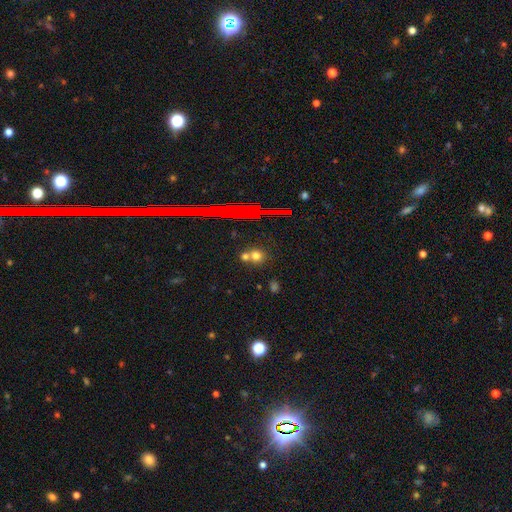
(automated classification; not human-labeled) Smooth or featured? smooth (68%)
How rounded? round (84%)
Merging? none (53%)